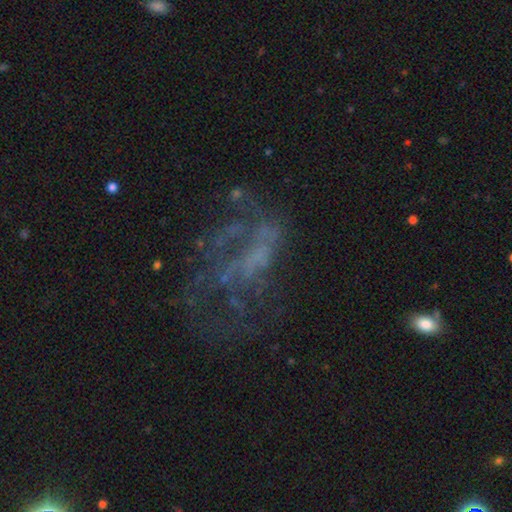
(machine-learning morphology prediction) Smooth or featured? Predicted: featured or disk (p=0.60). Edge-on disk? Predicted: no (p=0.96). Bar? Predicted: no (p=0.77). Spiral arms? Predicted: no (p=0.67). Bulge size? Predicted: none (p=0.71). Merging? Predicted: major disturbance (p=0.44).